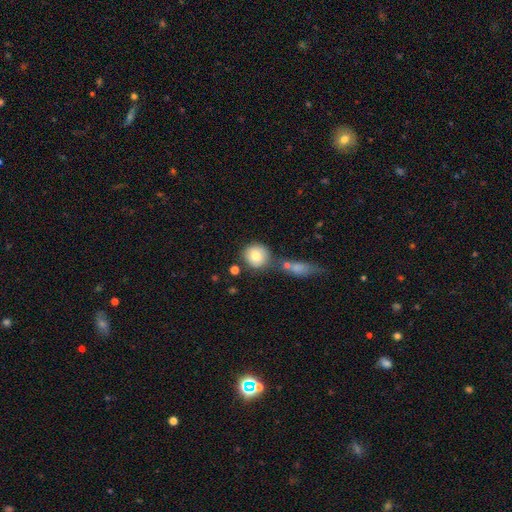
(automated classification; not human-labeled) This is clearly a smooth galaxy (80%). How rounded: clearly round (88%). Merging: likely none (67%).